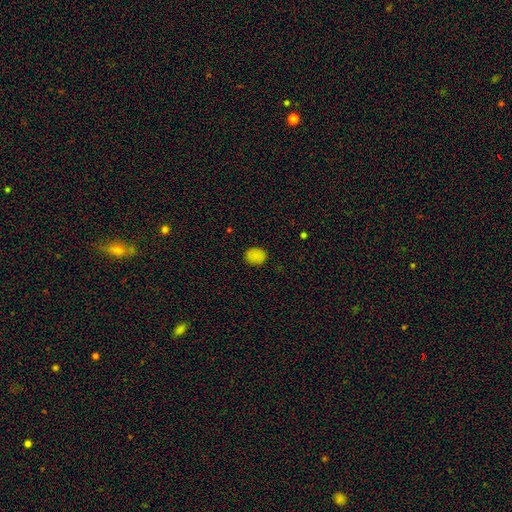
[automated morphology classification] Overall: smooth (84%). How rounded: round (55%; in between 44%). Merging: none (87%).